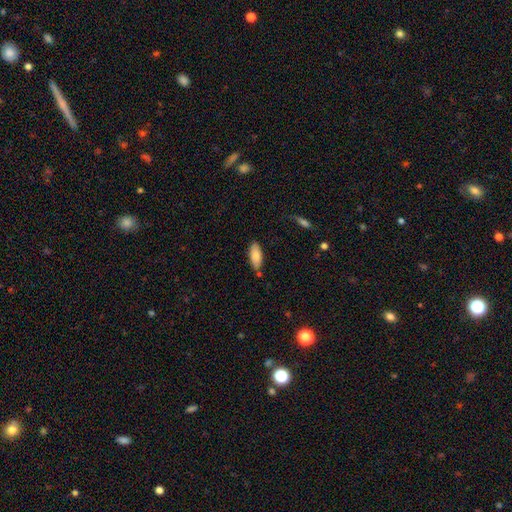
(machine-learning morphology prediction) smooth_or_featured: smooth (p=0.83) [alt: featured or disk p=0.10]
how_rounded: in between (p=0.80) [alt: cigar-shaped p=0.18]
merging: none (p=0.78) [alt: minor disturbance p=0.15]